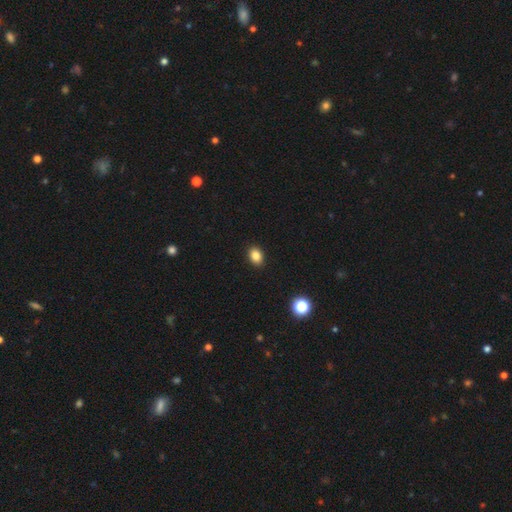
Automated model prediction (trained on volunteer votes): smooth_or_featured: smooth (p=0.85) [alt: star or artifact p=0.10]
how_rounded: in between (p=0.70) [alt: round p=0.29]
merging: none (p=0.91) [alt: minor disturbance p=0.07]